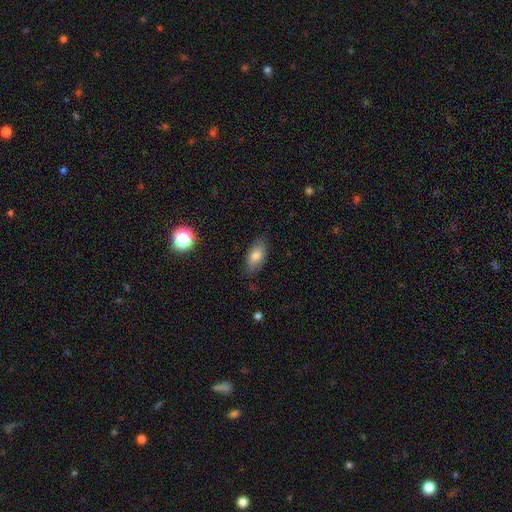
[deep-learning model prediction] The model was most divided on "merging": none: 79%, minor disturbance: 16%, major disturbance: 3%, merger: 1%. More confident: how rounded — in between (89%); smooth or featured — smooth (79%).